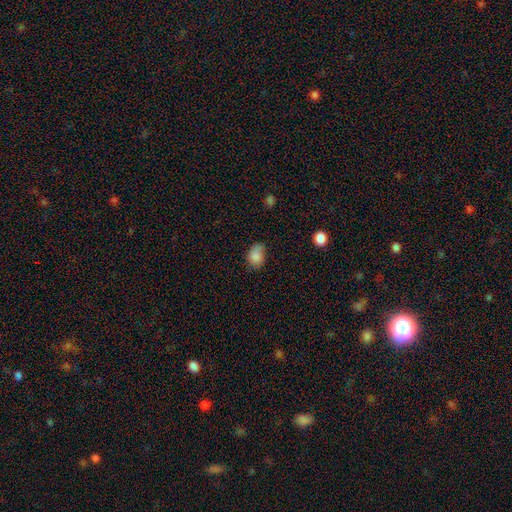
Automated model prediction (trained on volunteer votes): smooth 85%, star or artifact 9%, featured or disk 6%. Down the decision tree: how rounded — in between (67%); merging — none (57%).